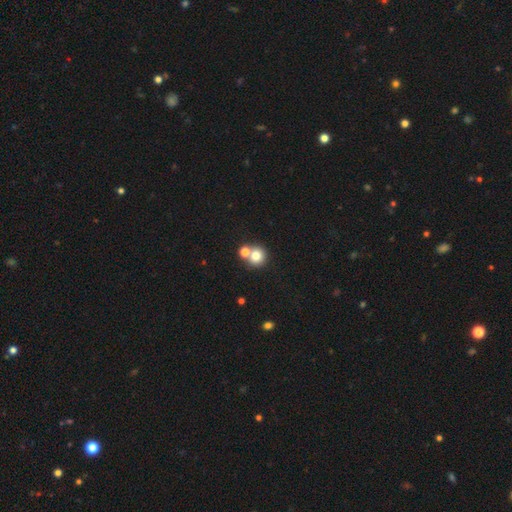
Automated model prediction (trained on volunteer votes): smooth 77%, star or artifact 12%, featured or disk 11%. Down the decision tree: how rounded — round (90%); merging — none (53%).